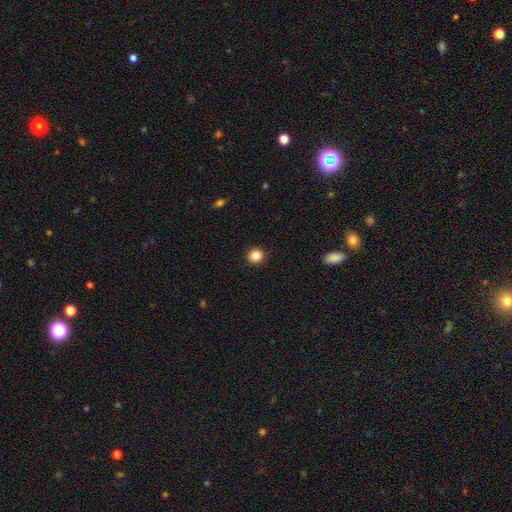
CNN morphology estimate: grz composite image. It shows a smooth galaxy with no disk features (87%) that is round (91%). Merging: none (92%).